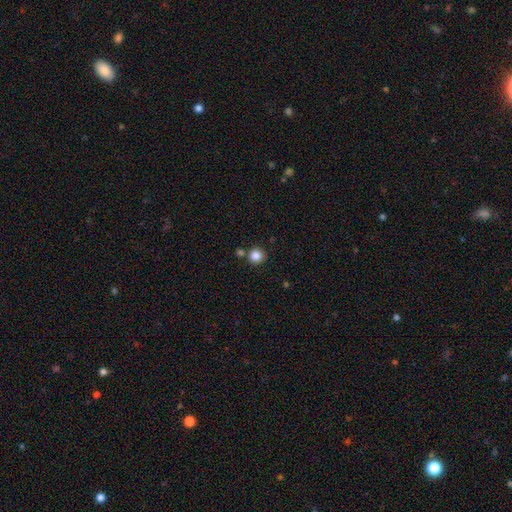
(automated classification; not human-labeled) Q: Smooth or featured?
A: smooth (84%); runner-up: star or artifact (11%)
Q: How rounded?
A: round (93%); runner-up: in between (6%)
Q: Merging?
A: none (78%); runner-up: merger (12%)